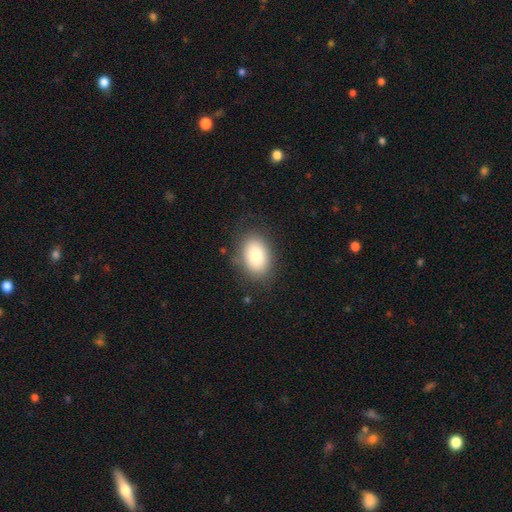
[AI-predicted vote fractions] Smooth or featured: smooth — 84% (featured or disk — 8%)
How rounded: in between — 85% (round — 14%)
Merging: none — 81% (minor disturbance — 13%)